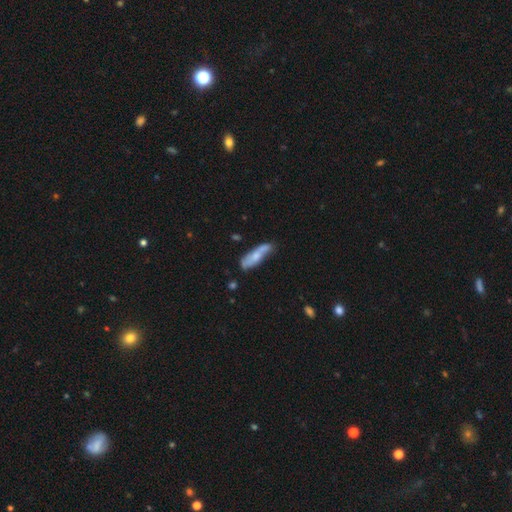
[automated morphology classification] A smooth galaxy with no disk features (56%) that is cigar-shaped (60%).

Vote fractions:
- Smooth or featured? smooth: 56% / featured or disk: 38% / star or artifact: 6%
- How rounded? cigar-shaped: 60% / in between: 38% / round: 2%
- Merging? none: 59% / minor disturbance: 27% / major disturbance: 7% / merger: 7%